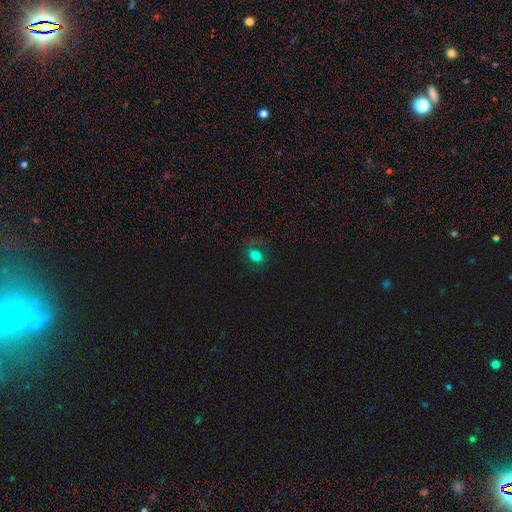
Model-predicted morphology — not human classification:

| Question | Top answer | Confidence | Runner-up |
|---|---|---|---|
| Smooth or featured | smooth | 71% | star or artifact (16%) |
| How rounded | in between | 67% | round (31%) |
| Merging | none | 71% | minor disturbance (17%) |